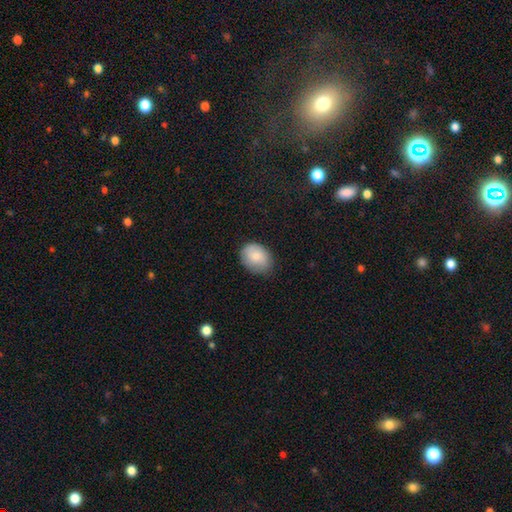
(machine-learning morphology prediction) Smooth or featured: smooth — 82% (featured or disk — 11%)
How rounded: in between — 66% (round — 33%)
Merging: none — 72% (minor disturbance — 22%)